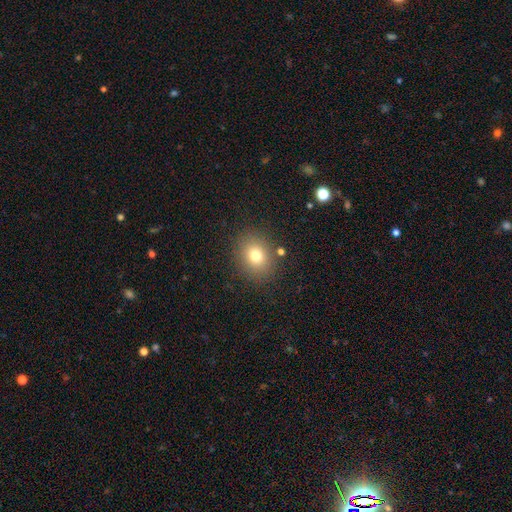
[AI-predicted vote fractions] Overall: smooth (77%). How rounded: round (61%; in between 38%). Merging: none (85%).